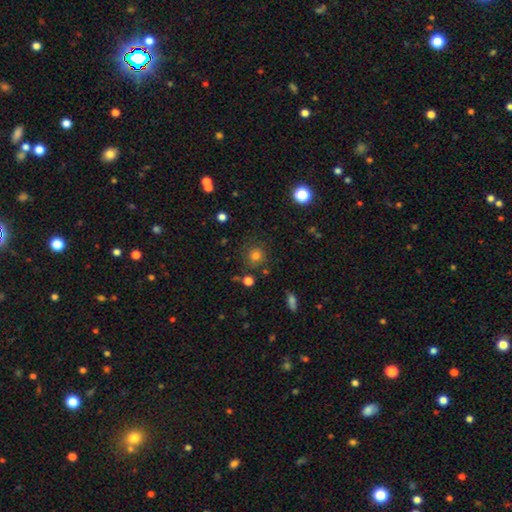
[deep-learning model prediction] Smooth or featured: smooth — 77% (star or artifact — 16%)
How rounded: round — 91% (in between — 8%)
Merging: none — 82% (minor disturbance — 10%)